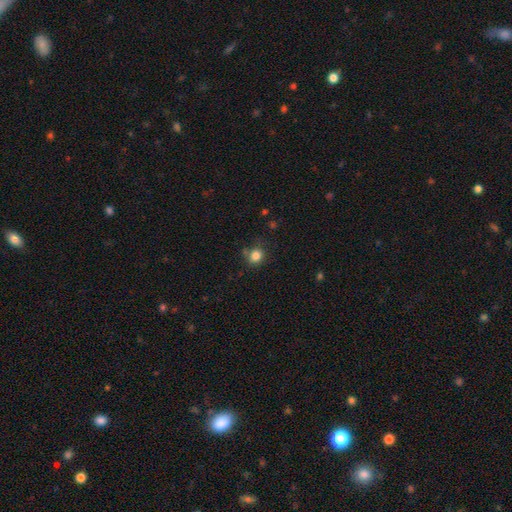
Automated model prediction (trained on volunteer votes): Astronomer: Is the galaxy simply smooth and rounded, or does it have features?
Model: smooth — 83%.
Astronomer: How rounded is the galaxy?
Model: round — 77%.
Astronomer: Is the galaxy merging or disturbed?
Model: none — 71%.